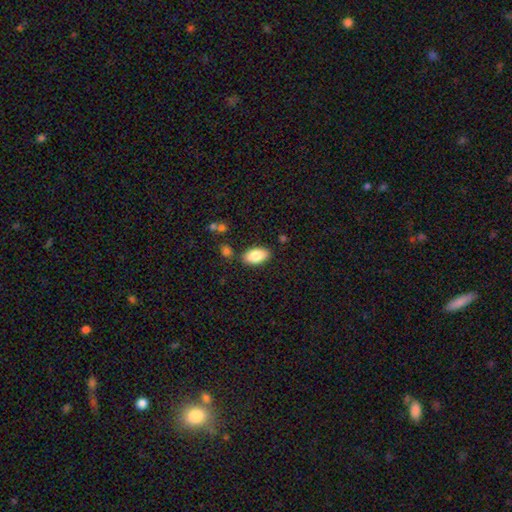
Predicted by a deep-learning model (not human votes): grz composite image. It shows a smooth galaxy with no disk features (84%) that is in between round and cigar-shaped (94%). Merging: none (84%).